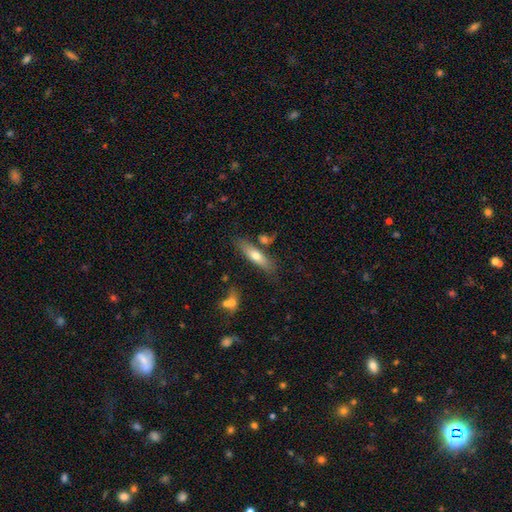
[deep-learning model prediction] Smooth or featured: smooth — 62% (featured or disk — 31%)
How rounded: cigar-shaped — 65% (in between — 33%)
Merging: none — 73% (minor disturbance — 14%)